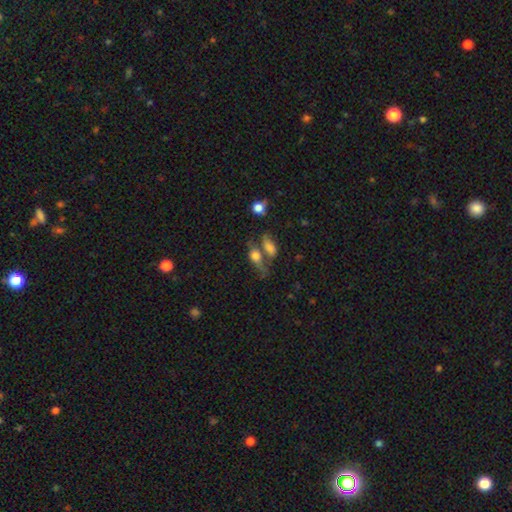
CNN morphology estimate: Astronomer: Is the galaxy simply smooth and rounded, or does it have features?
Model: smooth — 63%.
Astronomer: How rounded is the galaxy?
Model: in between — 68%.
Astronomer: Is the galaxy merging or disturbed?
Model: merger — 37% (runner-up: none, 34%).